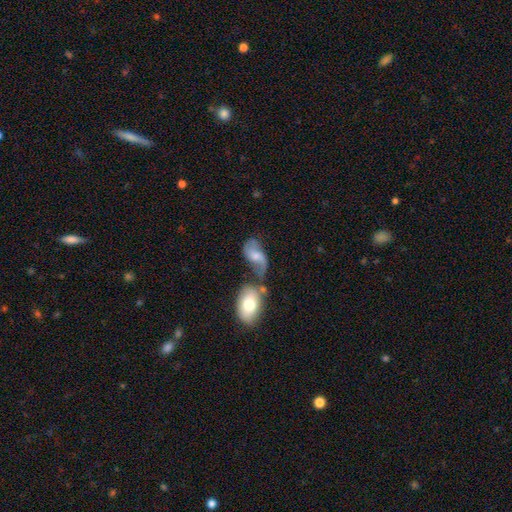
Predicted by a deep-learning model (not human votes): Q: Smooth or featured?
A: featured or disk (59%); runner-up: smooth (33%)
Q: Edge-on disk?
A: no (96%); runner-up: yes (4%)
Q: Bar?
A: no (49%); runner-up: weak (41%)
Q: Spiral arms?
A: yes (84%); runner-up: no (16%)
Q: Bulge size?
A: moderate (45%); runner-up: small (35%)
Q: Merging?
A: none (34%); runner-up: merger (29%)